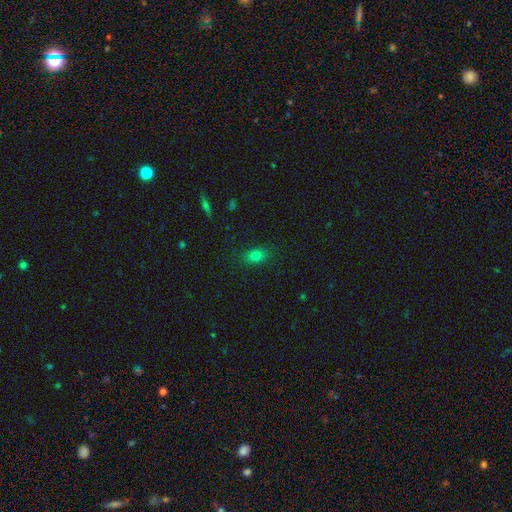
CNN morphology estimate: Smooth or featured?
  - smooth: 80% *
  - star or artifact: 13%
  - featured or disk: 7%
How rounded?
  - in between: 77% *
  - round: 21%
  - cigar-shaped: 2%
Merging?
  - none: 85% *
  - minor disturbance: 11%
  - major disturbance: 3%
  - merger: 1%